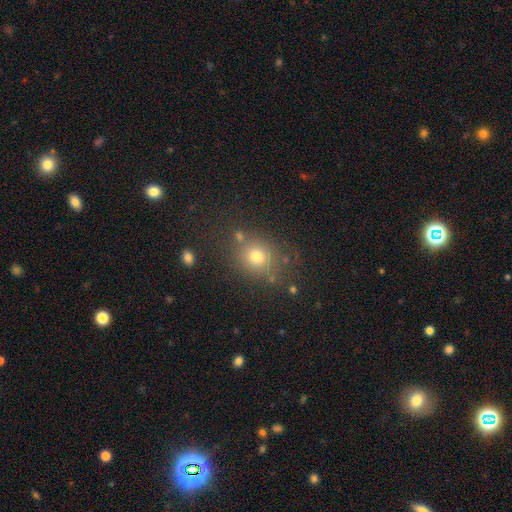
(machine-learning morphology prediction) type=smooth (68%); roundness=round (73%); merging=none (76%).